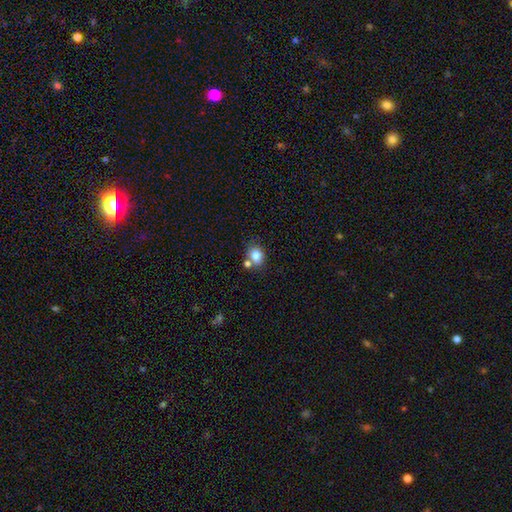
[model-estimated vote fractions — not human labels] Smooth or featured? smooth (82%)
How rounded? round (54%)
Merging? none (57%)